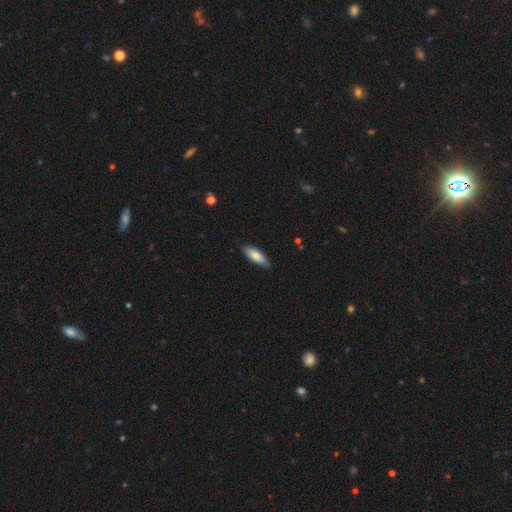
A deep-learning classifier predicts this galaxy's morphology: Smooth or featured? Predicted: smooth (p=0.78). How rounded? Predicted: in between (p=0.63). Merging? Predicted: none (p=0.82).